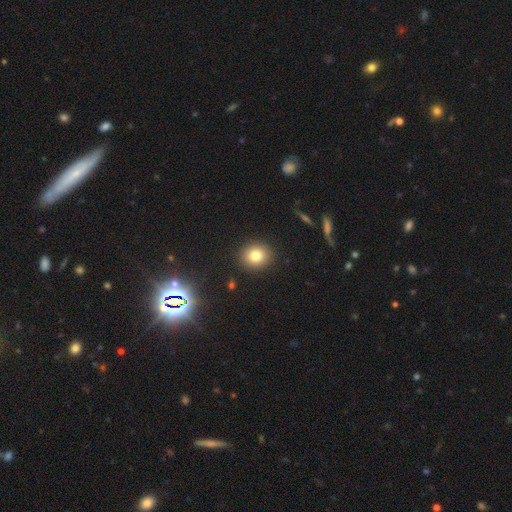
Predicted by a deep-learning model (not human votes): This appears to be a smooth galaxy with no disk features (79%) that is round (76%). Merging: none (90%).